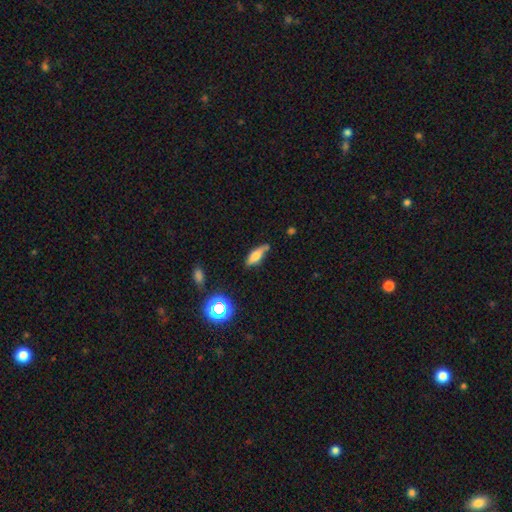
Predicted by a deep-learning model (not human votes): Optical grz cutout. It shows a smooth galaxy with no disk features (62%) that is in between round and cigar-shaped (59%). Merging: none (62%).